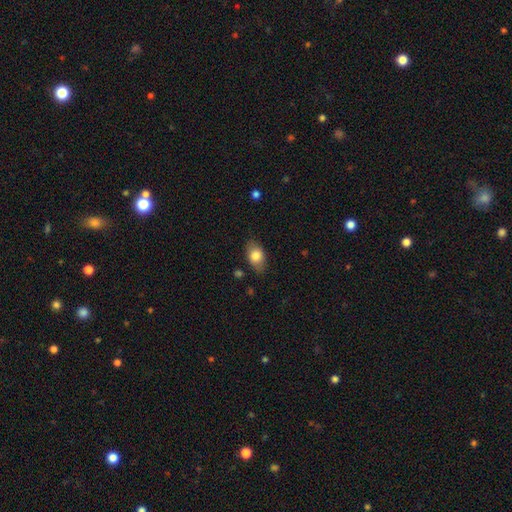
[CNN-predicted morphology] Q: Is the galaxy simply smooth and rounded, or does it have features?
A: smooth — 80%.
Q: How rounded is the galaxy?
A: in between — 89%.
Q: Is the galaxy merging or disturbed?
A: none — 82%.